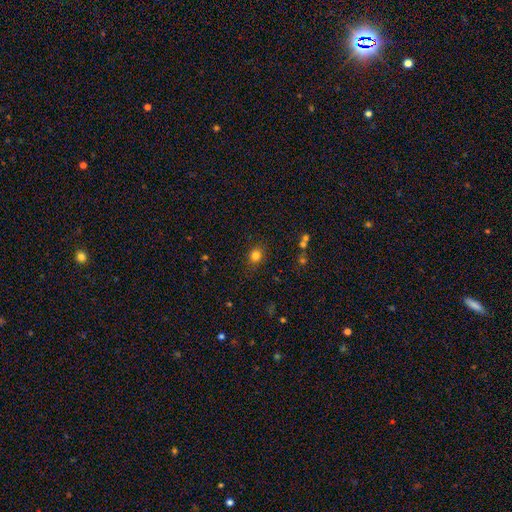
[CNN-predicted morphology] Smooth or featured?
  - smooth: 81% *
  - star or artifact: 13%
  - featured or disk: 6%
How rounded?
  - round: 62% *
  - in between: 37%
  - cigar-shaped: 1%
Merging?
  - none: 85% *
  - minor disturbance: 11%
  - major disturbance: 3%
  - merger: 2%